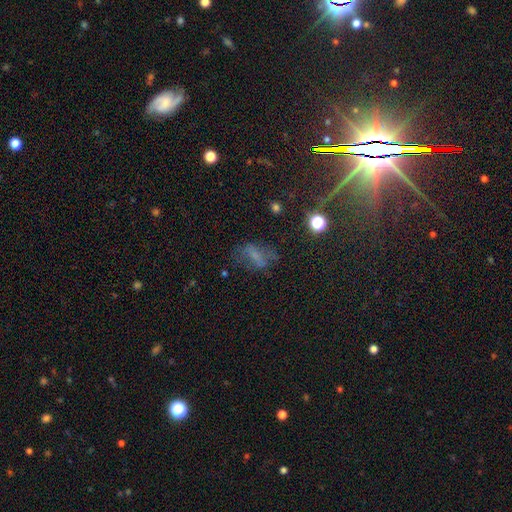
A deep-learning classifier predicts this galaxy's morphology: Smooth or featured?
  - smooth: 44% *
  - featured or disk: 30%
  - star or artifact: 25%
Merging?
  - none: 51% *
  - major disturbance: 23%
  - minor disturbance: 22%
  - merger: 4%